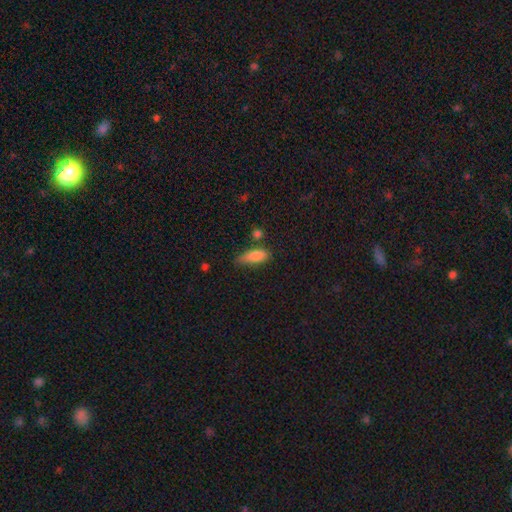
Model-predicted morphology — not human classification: A smooth galaxy with no disk features (82%) that is in between round and cigar-shaped (68%). Merging: none (49%).